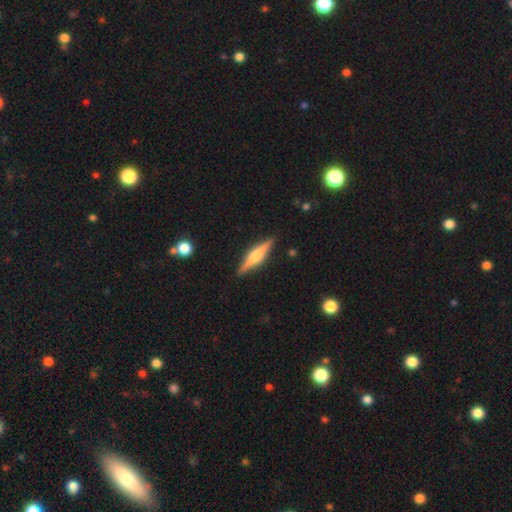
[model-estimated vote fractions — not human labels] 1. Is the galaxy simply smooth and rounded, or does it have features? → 65% featured or disk, 29% smooth, 6% star or artifact.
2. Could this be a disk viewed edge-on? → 97% yes, 3% no.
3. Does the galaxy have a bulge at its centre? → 81% rounded, 14% boxy, 5% none.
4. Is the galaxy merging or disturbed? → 89% none, 8% minor disturbance, 2% major disturbance, 1% merger.